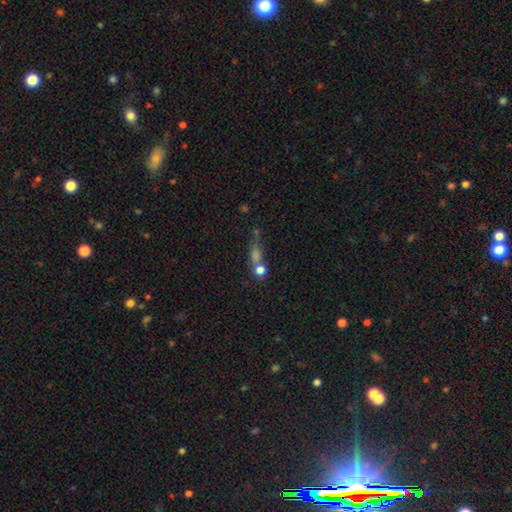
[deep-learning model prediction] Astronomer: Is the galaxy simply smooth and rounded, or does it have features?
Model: smooth — 53%.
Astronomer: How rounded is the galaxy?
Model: round — 45% (runner-up: in between, 32%).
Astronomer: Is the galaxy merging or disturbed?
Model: none — 48% (runner-up: merger, 30%).